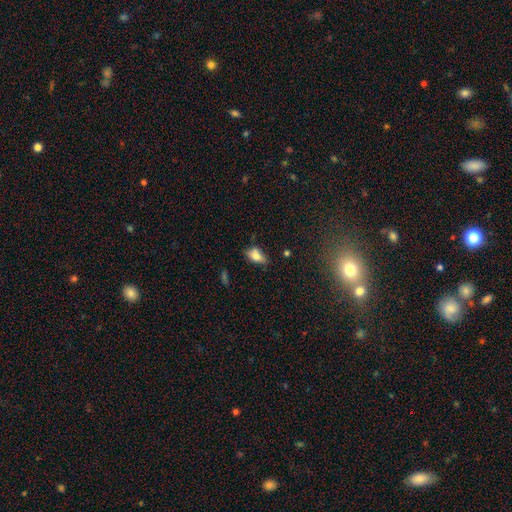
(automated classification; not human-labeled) A smooth galaxy with no disk features (74%) that is in between round and cigar-shaped (85%). Merging: none (51%).